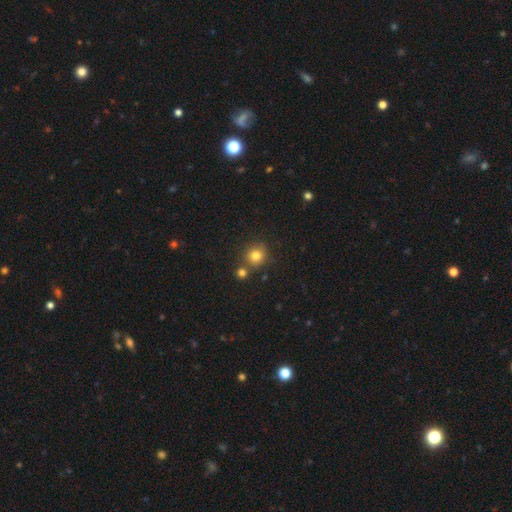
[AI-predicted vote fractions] A smooth galaxy with no disk features (80%) that is round (88%). Merging: none (70%).